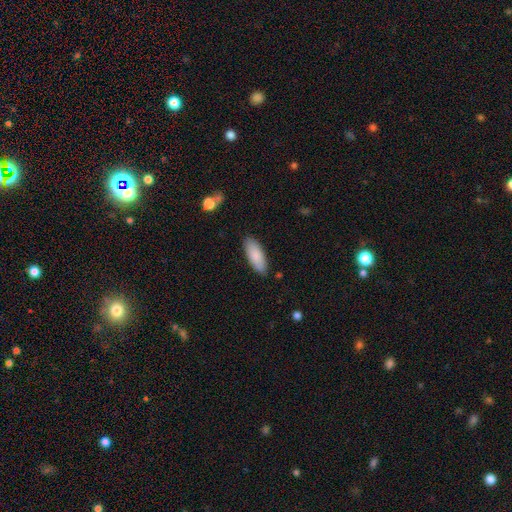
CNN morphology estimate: This appears to be a smooth galaxy with no disk features (85%) that is in between round and cigar-shaped (76%). Merging: none (84%).